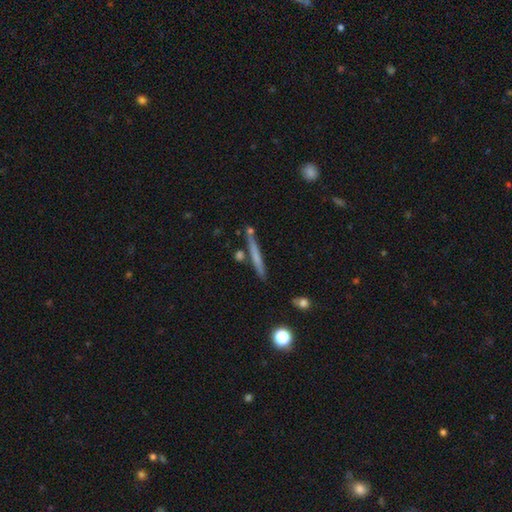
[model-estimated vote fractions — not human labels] smooth_or_featured: smooth (p=0.55) [alt: featured or disk p=0.37]
how_rounded: cigar-shaped (p=0.95) [alt: in between p=0.03]
merging: none (p=0.81) [alt: minor disturbance p=0.10]